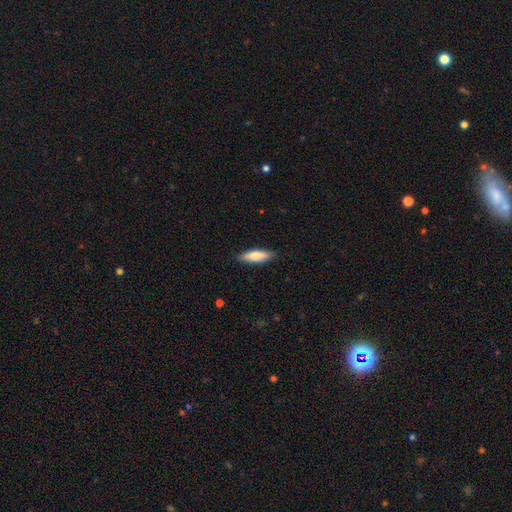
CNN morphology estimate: smooth_or_featured: smooth (p=0.74) [alt: featured or disk p=0.20]
how_rounded: cigar-shaped (p=0.55) [alt: in between p=0.43]
merging: none (p=0.86) [alt: minor disturbance p=0.11]